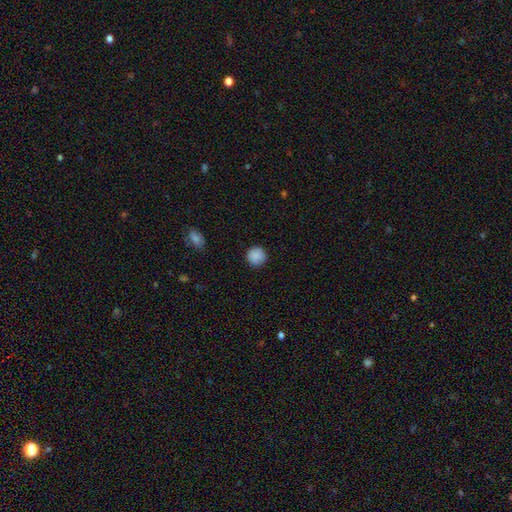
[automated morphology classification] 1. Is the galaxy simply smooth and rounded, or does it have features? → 88% smooth, 8% star or artifact, 4% featured or disk.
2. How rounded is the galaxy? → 94% round, 5% in between, 1% cigar-shaped.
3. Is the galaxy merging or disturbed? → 89% none, 8% minor disturbance, 2% major disturbance, 1% merger.